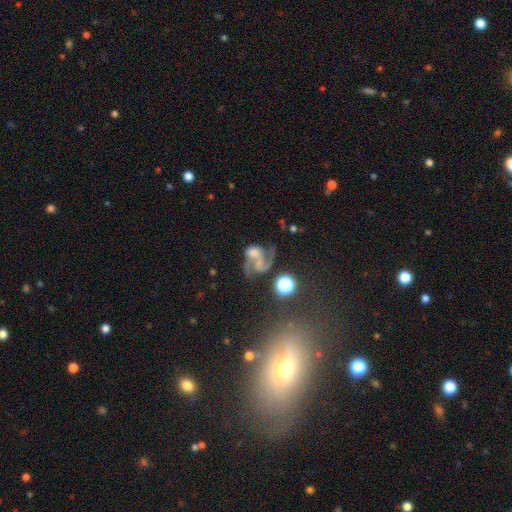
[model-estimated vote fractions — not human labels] Q: Smooth or featured?
A: featured or disk (69%); runner-up: smooth (18%)
Q: Edge-on disk?
A: no (98%); runner-up: yes (2%)
Q: Bar?
A: no (58%); runner-up: weak (32%)
Q: Spiral arms?
A: yes (88%); runner-up: no (12%)
Q: Spiral winding?
A: loose (46%); runner-up: medium (42%)
Q: Spiral arm count?
A: 2 (74%); runner-up: 1 (12%)
Q: Bulge size?
A: small (34%); runner-up: none (32%)
Q: Merging?
A: merger (39%); runner-up: none (27%)